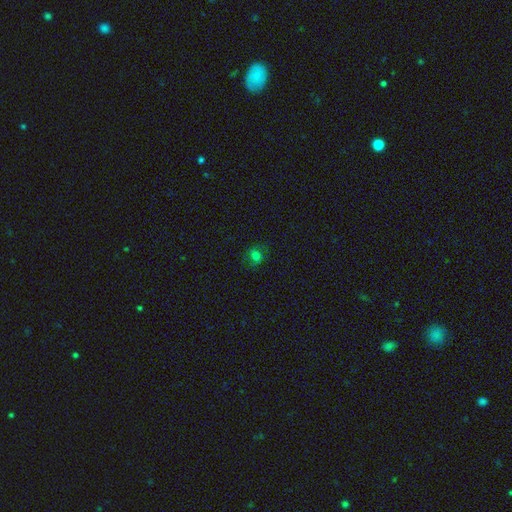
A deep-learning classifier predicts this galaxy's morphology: smooth-or-featured: smooth: 67% | star or artifact: 21% | featured or disk: 13%
  how-rounded: round: 59% | in between: 40% | cigar-shaped: 1%
  merging: none: 74% | minor disturbance: 17% | major disturbance: 7% | merger: 1%